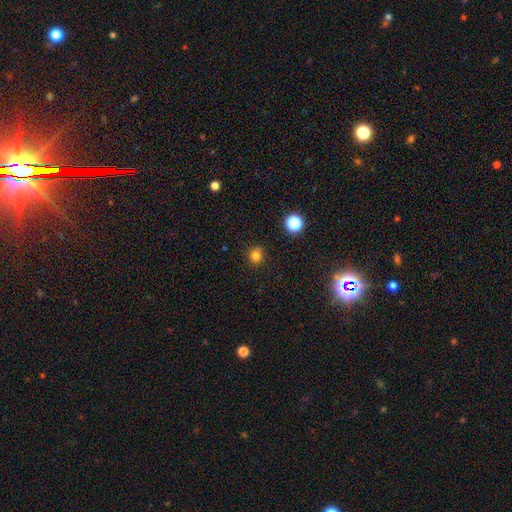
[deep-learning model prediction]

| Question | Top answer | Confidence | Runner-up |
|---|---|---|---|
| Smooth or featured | smooth | 79% | star or artifact (16%) |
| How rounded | round | 91% | in between (8%) |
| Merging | none | 86% | minor disturbance (9%) |